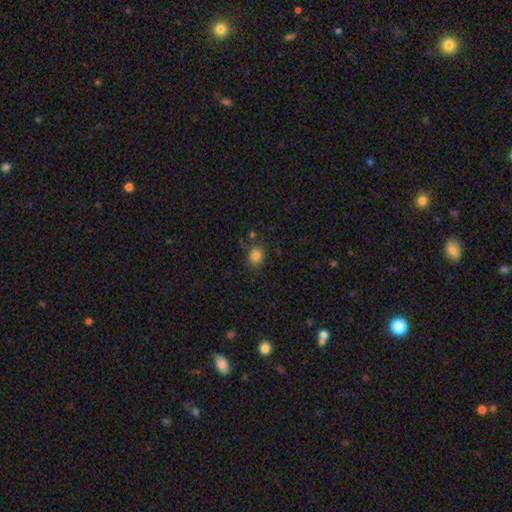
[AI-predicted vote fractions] A smooth galaxy with no disk features (83%) that is round (66%). Merging: none (76%).